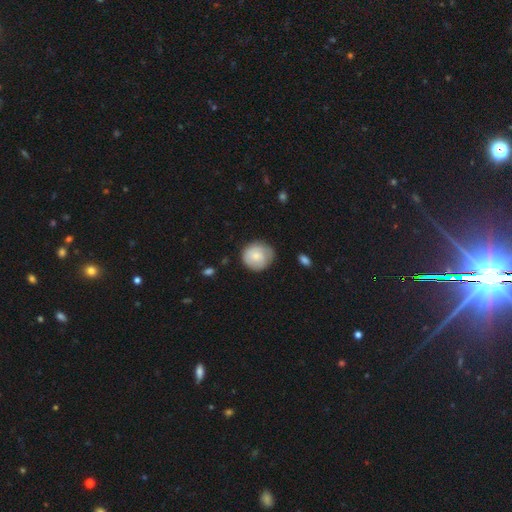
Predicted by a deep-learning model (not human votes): smooth-or-featured: smooth: 70% | featured or disk: 24% | star or artifact: 6%
  how-rounded: round: 86% | in between: 13% | cigar-shaped: 1%
  merging: none: 68% | minor disturbance: 25% | major disturbance: 6% | merger: 2%